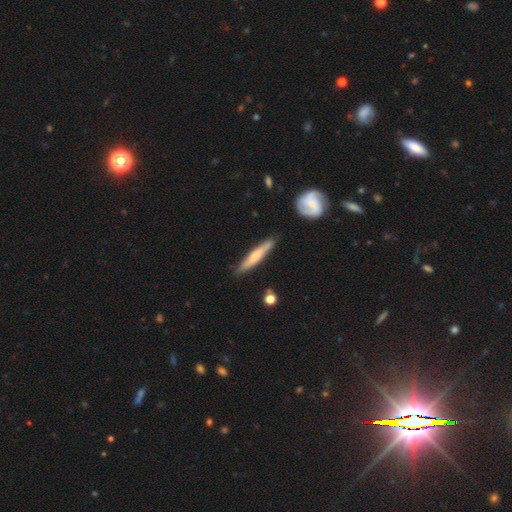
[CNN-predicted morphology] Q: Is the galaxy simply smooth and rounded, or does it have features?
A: smooth — 54%.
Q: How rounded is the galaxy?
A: cigar-shaped — 92%.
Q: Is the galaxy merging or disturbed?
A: none — 81%.